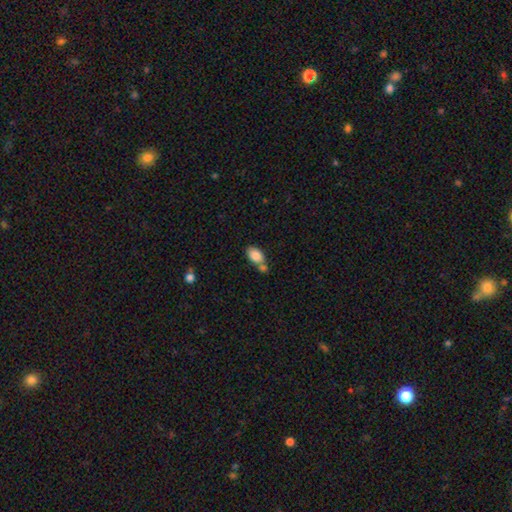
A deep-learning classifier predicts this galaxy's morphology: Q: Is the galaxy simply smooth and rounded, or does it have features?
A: smooth — 85%.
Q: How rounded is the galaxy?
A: in between — 90%.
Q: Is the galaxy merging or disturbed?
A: none — 46%.